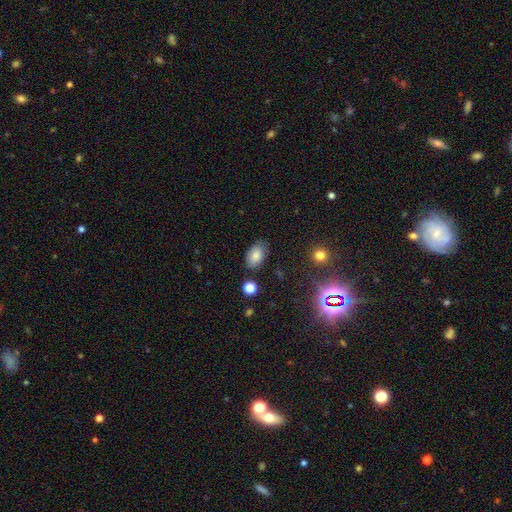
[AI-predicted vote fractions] A smooth galaxy with no disk features (82%) that is in between round and cigar-shaped (90%).

Vote fractions:
- Smooth or featured? smooth: 82% / star or artifact: 9% / featured or disk: 8%
- How rounded? in between: 90% / round: 9% / cigar-shaped: 1%
- Merging? none: 80% / minor disturbance: 14% / major disturbance: 3% / merger: 2%